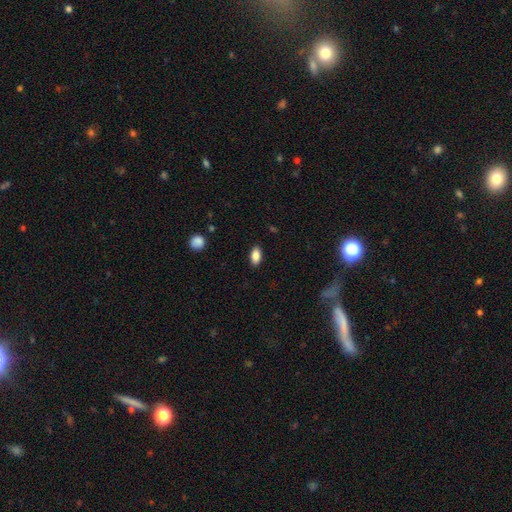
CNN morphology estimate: Smooth or featured: smooth — 87% (star or artifact — 8%)
How rounded: in between — 90% (cigar-shaped — 5%)
Merging: none — 88% (minor disturbance — 8%)